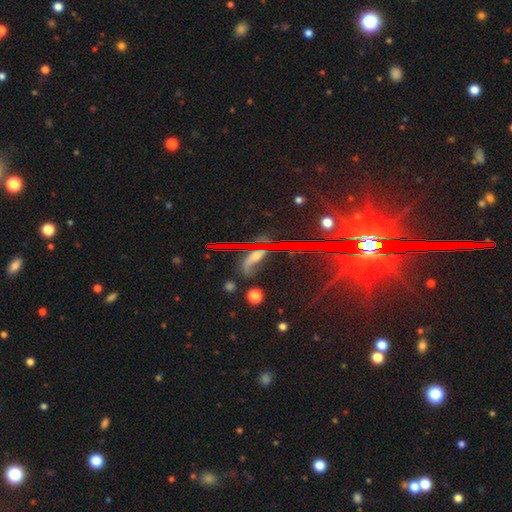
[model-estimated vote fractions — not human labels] Q: Smooth or featured?
A: star or artifact (48%); runner-up: featured or disk (34%)